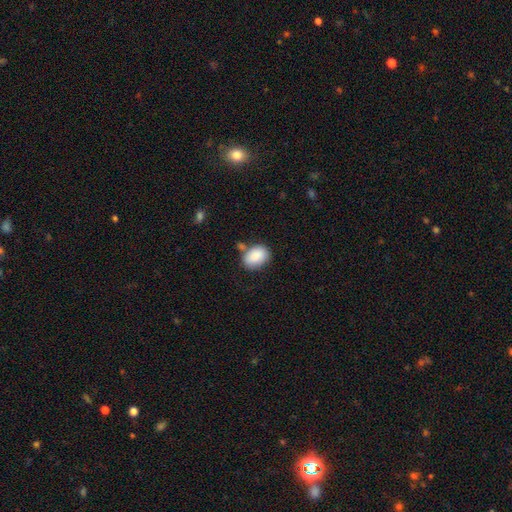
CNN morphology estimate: Smooth or featured?
  - smooth: 88% *
  - star or artifact: 7%
  - featured or disk: 5%
How rounded?
  - in between: 77% *
  - round: 22%
  - cigar-shaped: 1%
Merging?
  - none: 66% *
  - minor disturbance: 18%
  - merger: 11%
  - major disturbance: 5%